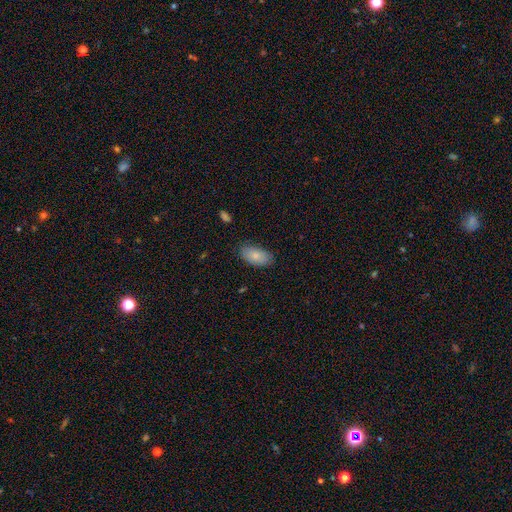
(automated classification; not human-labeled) Morphology: type=smooth (82%); roundness=in between (94%); merging=none (80%).